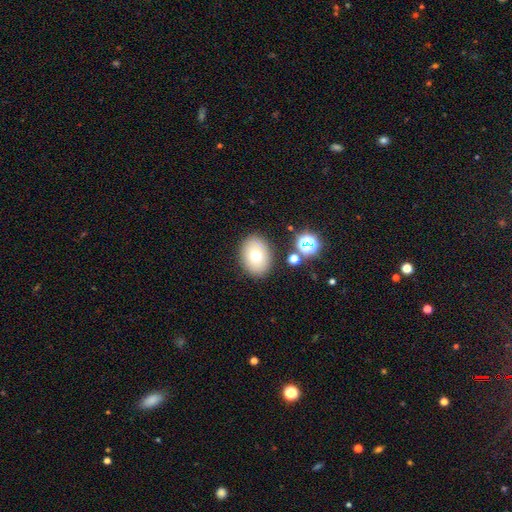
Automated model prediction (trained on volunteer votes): Smooth or featured?
  - smooth: 71% *
  - featured or disk: 17%
  - star or artifact: 11%
How rounded?
  - in between: 64% *
  - round: 35%
  - cigar-shaped: 1%
Merging?
  - none: 85% *
  - minor disturbance: 9%
  - merger: 3%
  - major disturbance: 3%